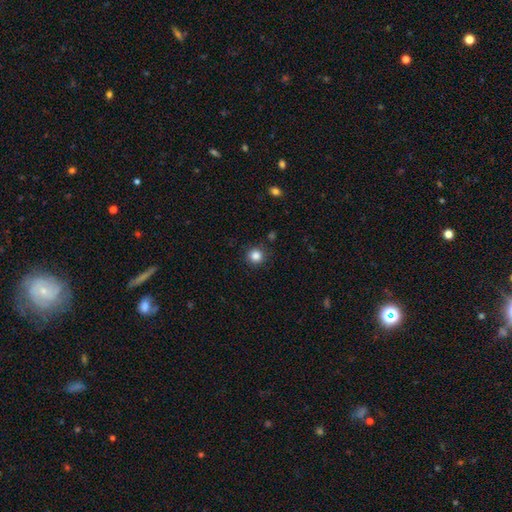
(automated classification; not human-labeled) Smooth or featured? smooth (85%)
How rounded? round (93%)
Merging? none (89%)